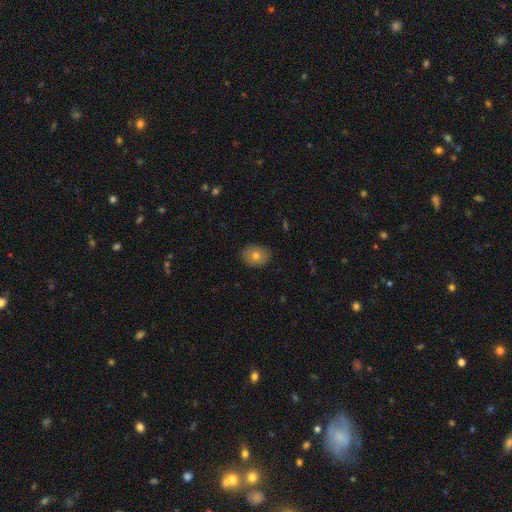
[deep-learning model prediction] smooth-or-featured: smooth: 74% | featured or disk: 16% | star or artifact: 9%
  how-rounded: in between: 50% | round: 49% | cigar-shaped: 1%
  merging: none: 86% | minor disturbance: 11% | major disturbance: 2% | merger: 1%